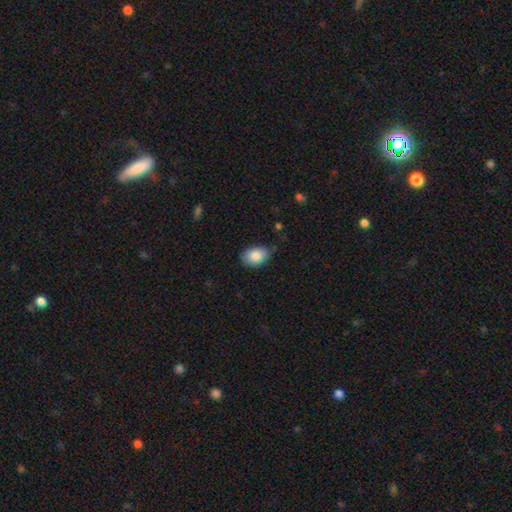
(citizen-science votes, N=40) A smooth galaxy with no disk features (85%) that is in between round and cigar-shaped (68%).

Vote fractions:
- Smooth or featured? smooth: 85% / star or artifact: 10% / featured or disk: 5%
- How rounded? in between: 68% / round: 29% / cigar-shaped: 3%
- Merging? none: 64% / minor disturbance: 25% / major disturbance: 8% / merger: 3%